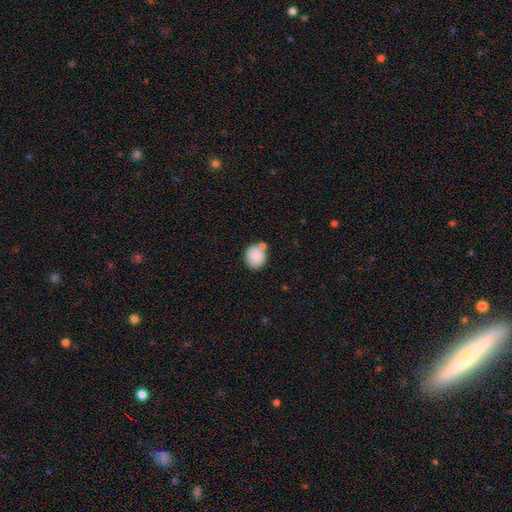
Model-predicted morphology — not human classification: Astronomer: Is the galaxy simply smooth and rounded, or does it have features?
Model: smooth — 87%.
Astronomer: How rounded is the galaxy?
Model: round — 79%.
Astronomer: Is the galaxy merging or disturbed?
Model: none — 67%.